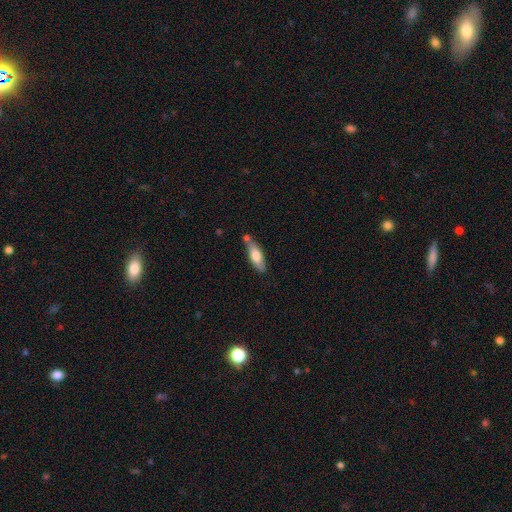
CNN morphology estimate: A smooth galaxy with no disk features (67%) that is in between round and cigar-shaped (55%).

Vote fractions:
- Smooth or featured? smooth: 67% / featured or disk: 27% / star or artifact: 6%
- How rounded? in between: 55% / cigar-shaped: 43% / round: 2%
- Merging? none: 62% / minor disturbance: 19% / merger: 15% / major disturbance: 4%